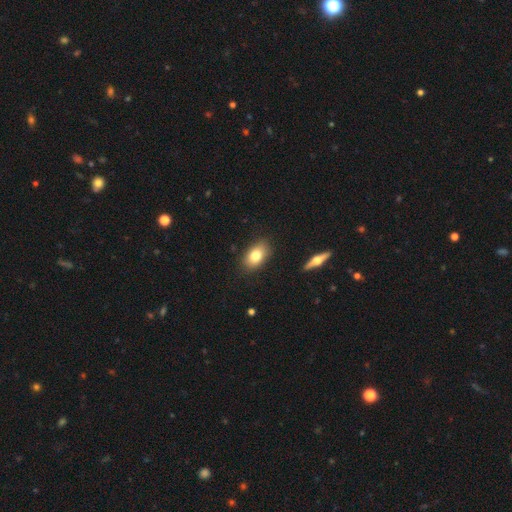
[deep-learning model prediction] This is likely a smooth galaxy (77%). How rounded: clearly in between (86%). Merging: clearly none (86%).